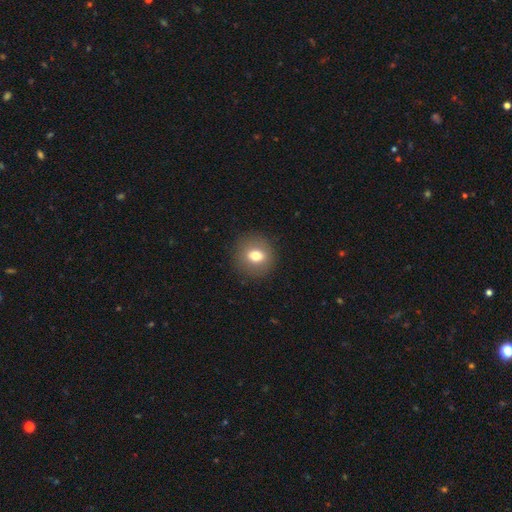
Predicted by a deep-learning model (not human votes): Smooth or featured? smooth (72%)
How rounded? round (78%)
Merging? none (88%)